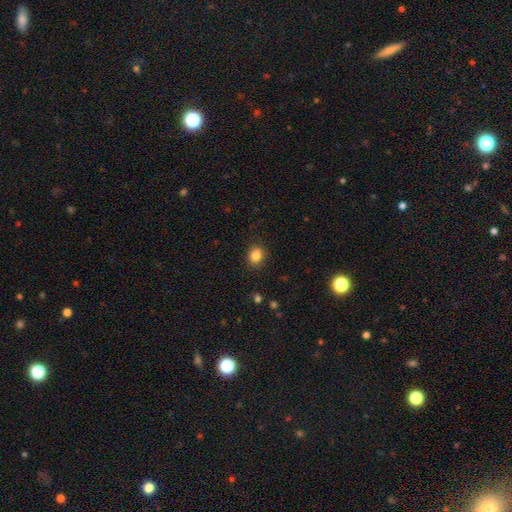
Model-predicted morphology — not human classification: Smooth or featured?
  - smooth: 85% *
  - star or artifact: 10%
  - featured or disk: 5%
How rounded?
  - round: 53% *
  - in between: 46%
  - cigar-shaped: 1%
Merging?
  - none: 87% *
  - minor disturbance: 9%
  - major disturbance: 3%
  - merger: 1%